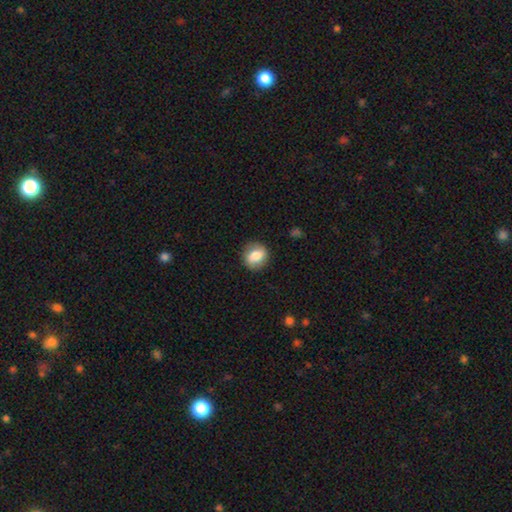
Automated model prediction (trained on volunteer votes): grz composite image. It shows a smooth galaxy with no disk features (74%) that is round (74%). Merging: none (86%).